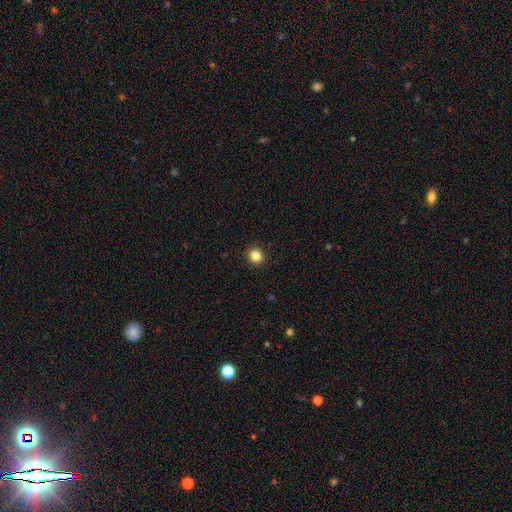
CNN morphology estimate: Smooth or featured? Predicted: smooth (p=0.84). How rounded? Predicted: round (p=0.90). Merging? Predicted: none (p=0.92).